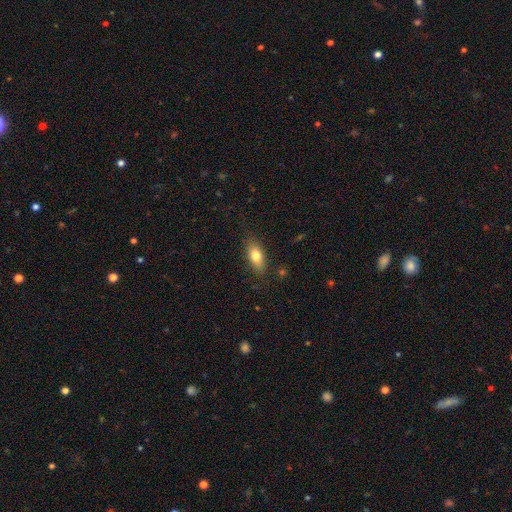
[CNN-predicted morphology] smooth-or-featured: smooth: 76% | featured or disk: 16% | star or artifact: 8%
  how-rounded: in between: 82% | cigar-shaped: 12% | round: 6%
  merging: none: 80% | minor disturbance: 15% | major disturbance: 4% | merger: 1%